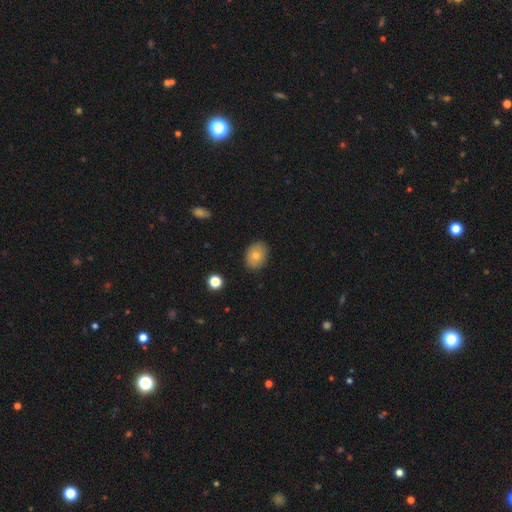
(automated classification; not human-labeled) Overall: smooth (75%). How rounded: in between (63%; round 36%). Merging: none (85%).